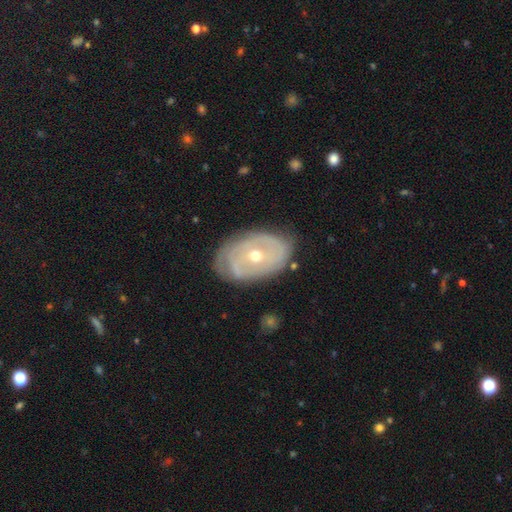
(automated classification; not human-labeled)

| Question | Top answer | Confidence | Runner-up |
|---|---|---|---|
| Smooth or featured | featured or disk | 75% | smooth (19%) |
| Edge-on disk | no | 94% | yes (6%) |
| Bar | no | 77% | weak (18%) |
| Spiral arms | yes | 67% | no (33%) |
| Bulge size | moderate | 56% | small (41%) |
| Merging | none | 68% | minor disturbance (23%) |